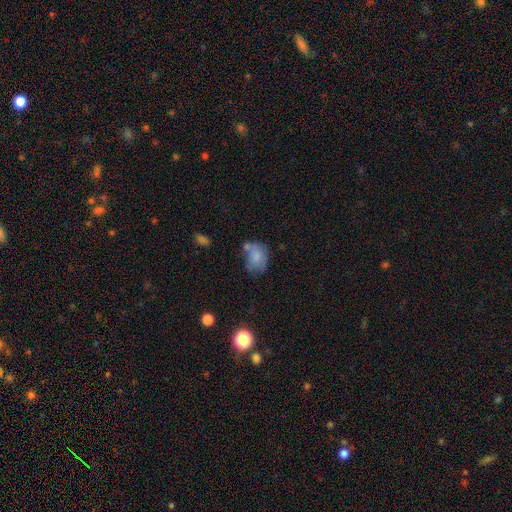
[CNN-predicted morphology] The model was most divided on "merging": none: 39%, minor disturbance: 27%, merger: 21%, major disturbance: 13%. More confident: smooth or featured — smooth (72%); how rounded — in between (63%).